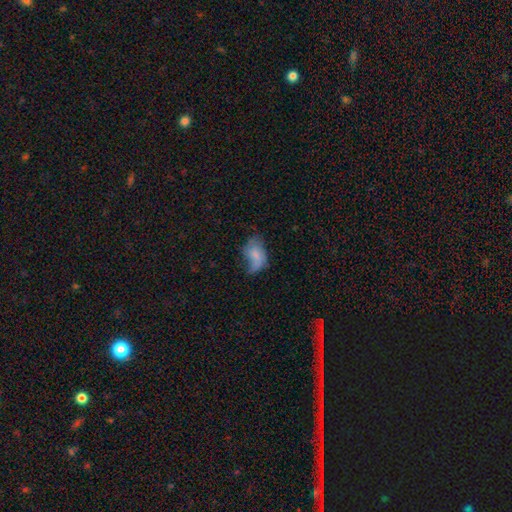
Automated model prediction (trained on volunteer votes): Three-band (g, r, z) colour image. It shows a smooth galaxy with no disk features (64%) that is in between round and cigar-shaped (89%). Merging: minor disturbance (36%).